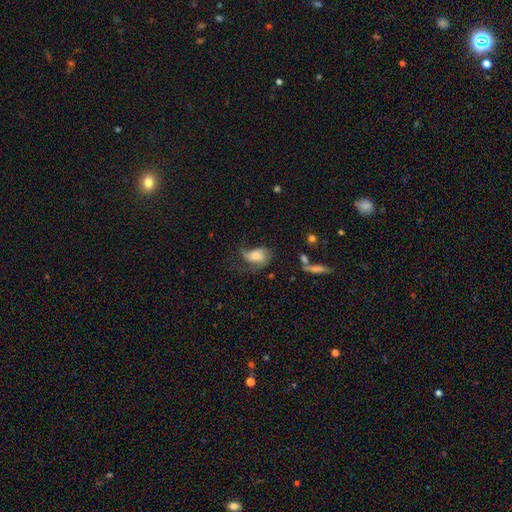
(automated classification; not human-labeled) Smooth or featured: featured or disk — 49% (smooth — 43%)
Merging: major disturbance — 39% (none — 32%)